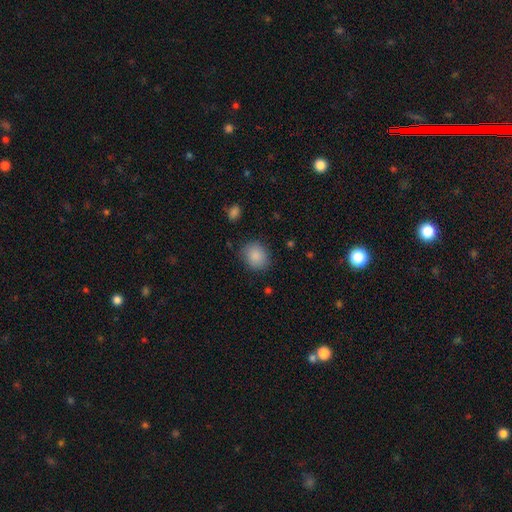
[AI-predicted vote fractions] Smooth or featured? Predicted: smooth (p=0.88). How rounded? Predicted: round (p=0.70). Merging? Predicted: none (p=0.83).